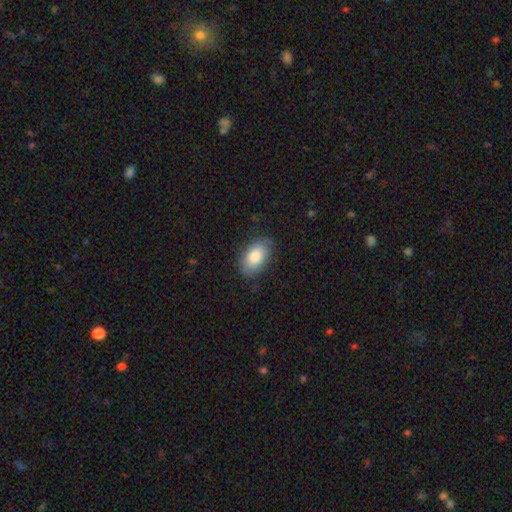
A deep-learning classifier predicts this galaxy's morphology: This appears to be a smooth galaxy with no disk features (81%) that is in between round and cigar-shaped (93%). Merging: none (79%).